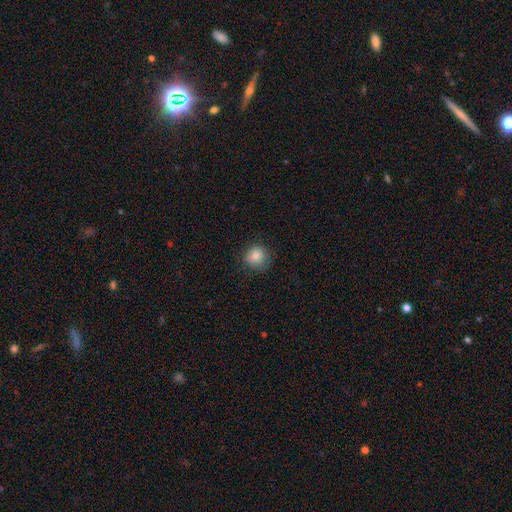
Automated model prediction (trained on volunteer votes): A smooth galaxy with no disk features (85%) that is round (89%).

Vote fractions:
- Smooth or featured? smooth: 85% / star or artifact: 9% / featured or disk: 6%
- How rounded? round: 89% / in between: 10% / cigar-shaped: 1%
- Merging? none: 81% / minor disturbance: 14% / major disturbance: 4% / merger: 1%